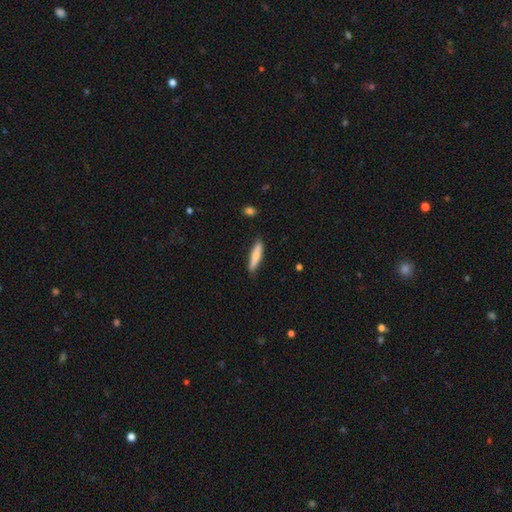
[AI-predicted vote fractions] Overall: smooth (74%). How rounded: cigar-shaped (84%). Merging: none (84%).